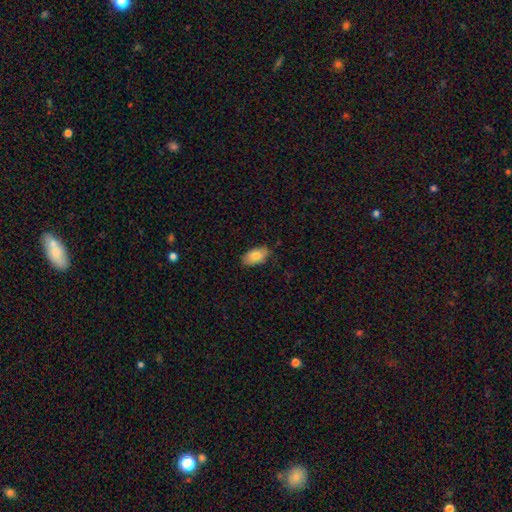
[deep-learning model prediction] Smooth or featured? Predicted: smooth (p=0.79). How rounded? Predicted: in between (p=0.93). Merging? Predicted: none (p=0.80).